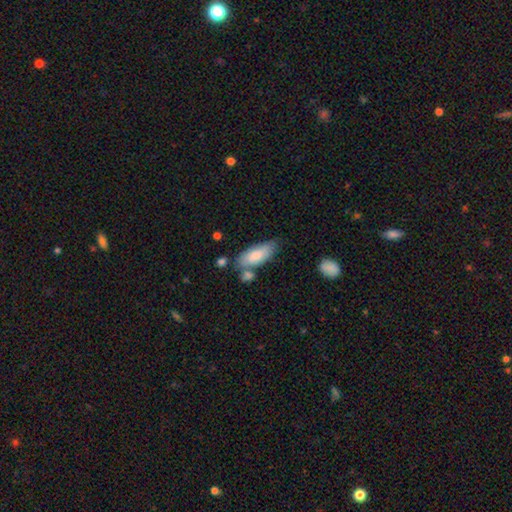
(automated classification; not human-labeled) Smooth or featured?
  - smooth: 77% *
  - featured or disk: 17%
  - star or artifact: 6%
How rounded?
  - in between: 80% *
  - cigar-shaped: 18%
  - round: 2%
Merging?
  - none: 56% *
  - minor disturbance: 21%
  - merger: 18%
  - major disturbance: 5%